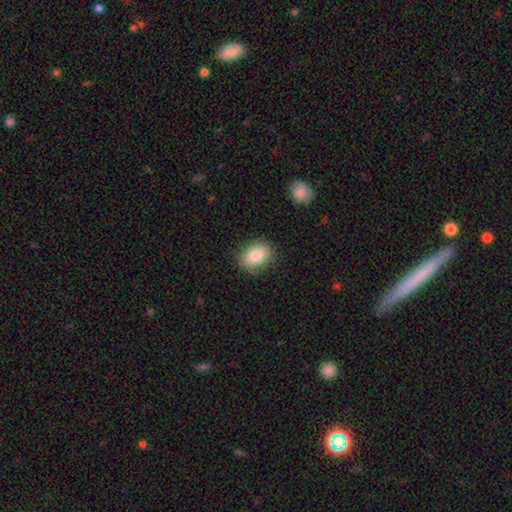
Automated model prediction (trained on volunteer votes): Morphology: type=smooth (83%); roundness=in between (70%); merging=none (84%).